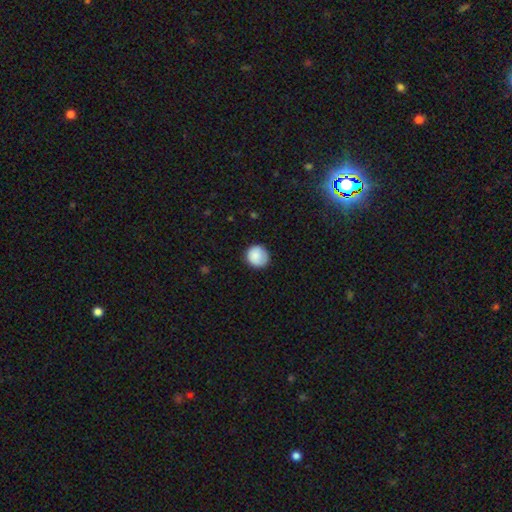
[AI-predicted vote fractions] A smooth galaxy with no disk features (88%) that is round (90%).

Vote fractions:
- Smooth or featured? smooth: 88% / star or artifact: 8% / featured or disk: 5%
- How rounded? round: 90% / in between: 9% / cigar-shaped: 1%
- Merging? none: 82% / minor disturbance: 14% / major disturbance: 3% / merger: 1%